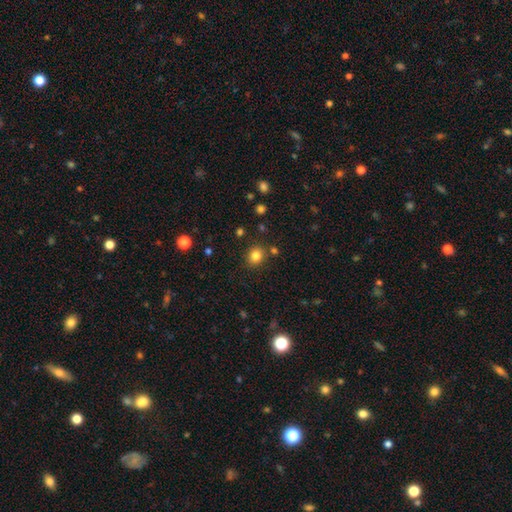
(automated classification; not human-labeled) This appears to be a smooth galaxy with no disk features (82%) that is round (70%). Merging: none (83%).